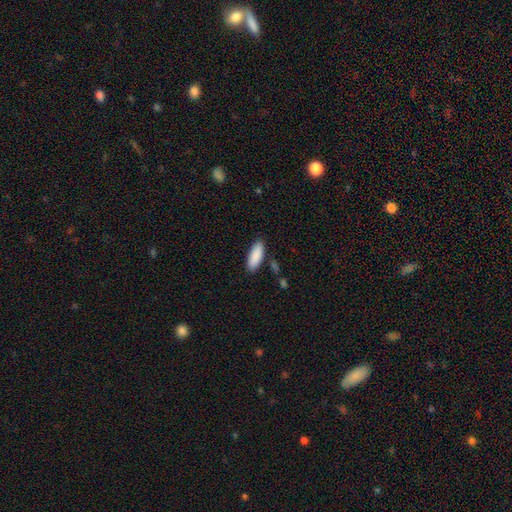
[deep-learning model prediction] Smooth or featured? smooth (89%)
How rounded? in between (64%)
Merging? none (85%)